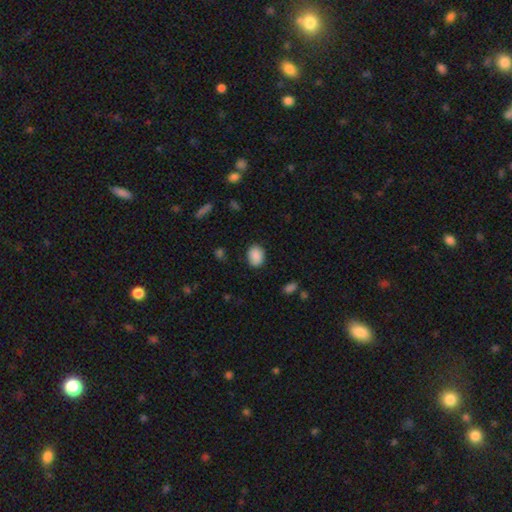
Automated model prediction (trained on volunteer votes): smooth 89%, star or artifact 8%, featured or disk 3%. Down the decision tree: how rounded — in between (67%); merging — none (84%).